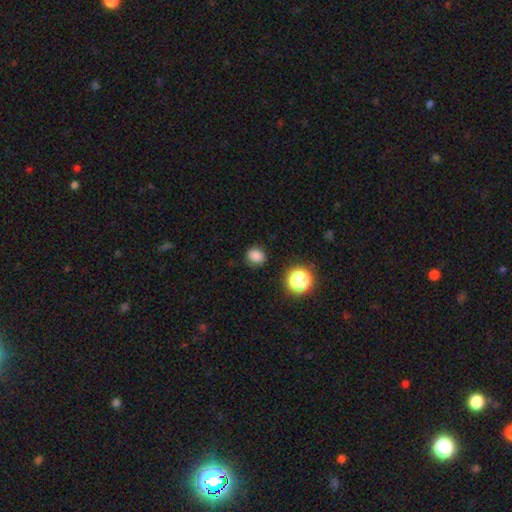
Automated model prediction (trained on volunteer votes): A smooth galaxy with no disk features (81%) that is round (77%). Merging: none (86%).